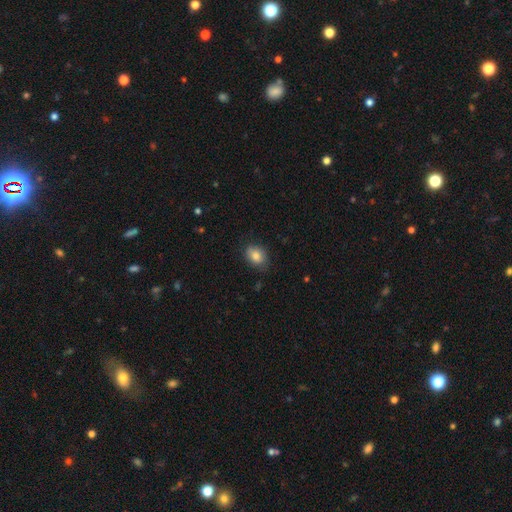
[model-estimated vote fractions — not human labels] This is clearly a smooth galaxy (84%). How rounded: likely in between (69%). Merging: likely none (78%).